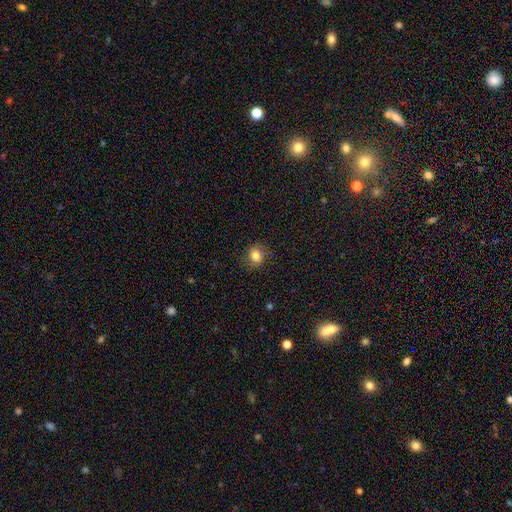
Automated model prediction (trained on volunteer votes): smooth-or-featured: smooth: 77% | featured or disk: 12% | star or artifact: 11%
  how-rounded: round: 61% | in between: 38% | cigar-shaped: 1%
  merging: none: 78% | minor disturbance: 15% | major disturbance: 5% | merger: 1%